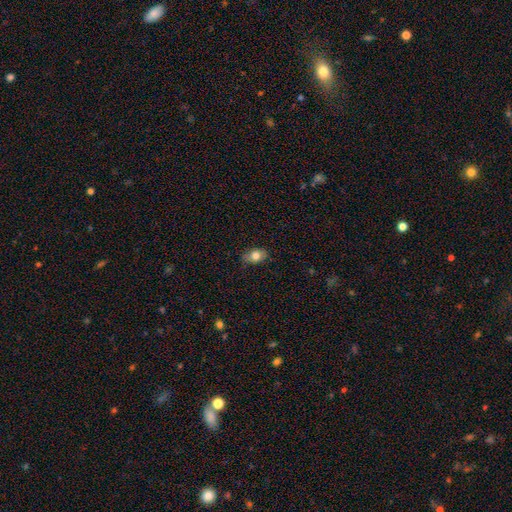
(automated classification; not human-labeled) Q: Smooth or featured?
A: smooth (79%); runner-up: featured or disk (13%)
Q: How rounded?
A: in between (83%); runner-up: round (14%)
Q: Merging?
A: none (80%); runner-up: minor disturbance (16%)